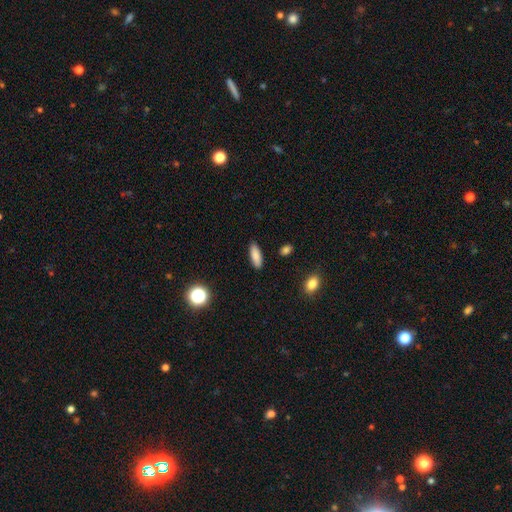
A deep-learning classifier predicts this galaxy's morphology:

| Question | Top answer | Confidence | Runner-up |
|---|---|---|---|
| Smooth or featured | smooth | 85% | star or artifact (8%) |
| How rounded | in between | 62% | cigar-shaped (36%) |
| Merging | none | 89% | minor disturbance (8%) |